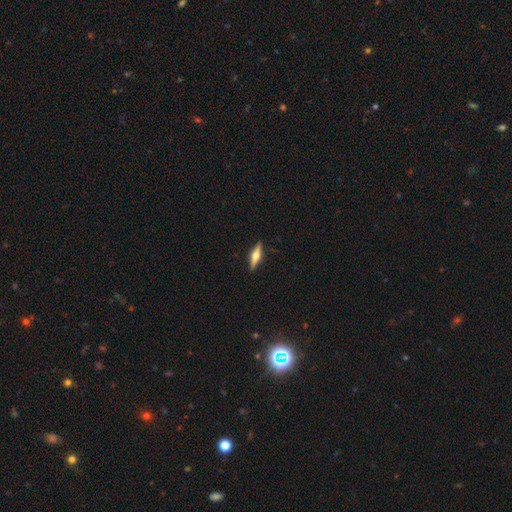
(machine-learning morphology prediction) smooth-or-featured: featured or disk: 68% | smooth: 26% | star or artifact: 6%
  disk-edge-on: yes: 97% | no: 3%
    edge-on-bulge: rounded: 94% | boxy: 4% | none: 2%
  merging: none: 91% | minor disturbance: 7% | major disturbance: 2% | merger: 1%